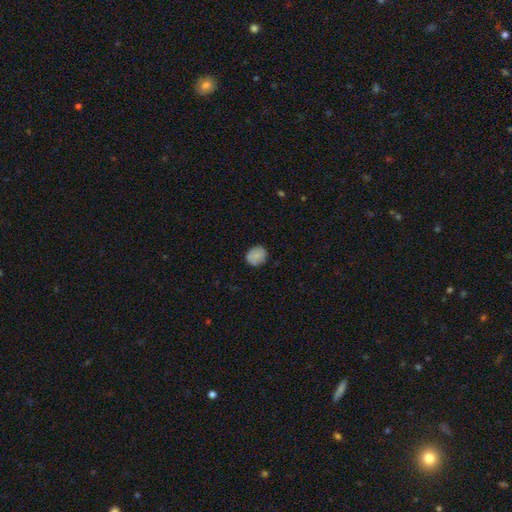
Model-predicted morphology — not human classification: Smooth or featured? smooth (79%)
How rounded? round (71%)
Merging? none (79%)